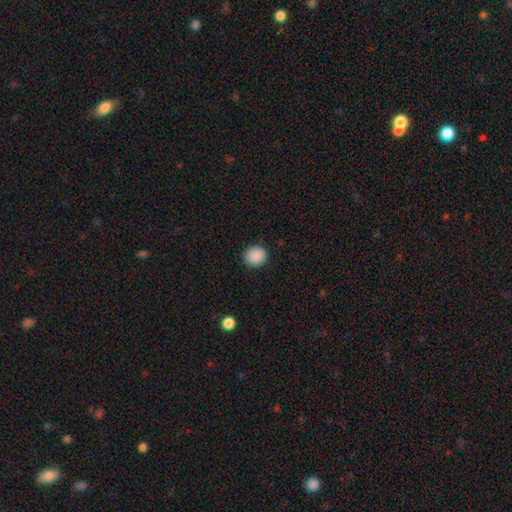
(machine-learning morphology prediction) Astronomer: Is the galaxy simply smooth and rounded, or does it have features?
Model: smooth — 89%.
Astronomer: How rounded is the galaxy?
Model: round — 85%.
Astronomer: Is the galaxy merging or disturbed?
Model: none — 90%.